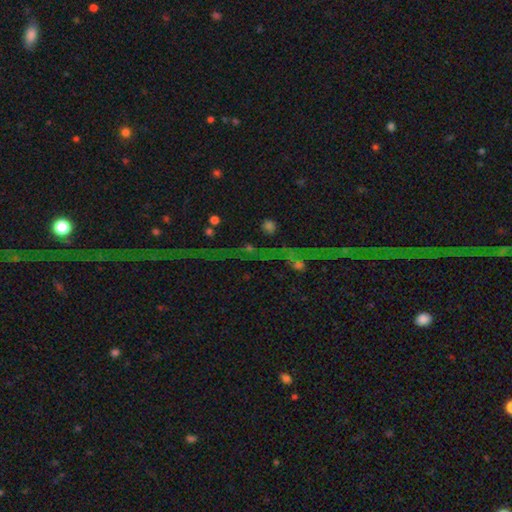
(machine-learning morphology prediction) type=star or artifact (78%).